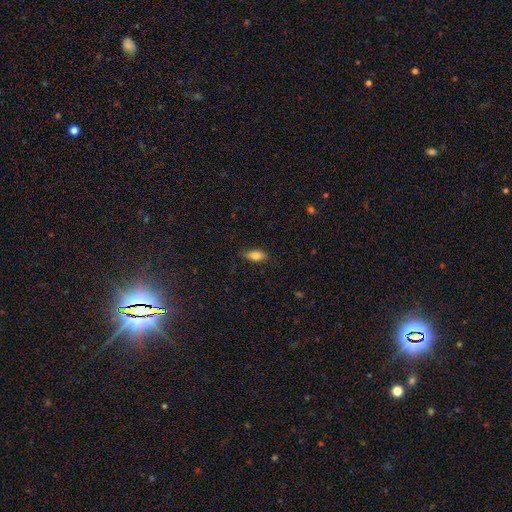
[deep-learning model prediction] smooth-or-featured: smooth: 81% | featured or disk: 11% | star or artifact: 8%
  how-rounded: in between: 83% | cigar-shaped: 13% | round: 4%
  merging: none: 80% | minor disturbance: 15% | major disturbance: 3% | merger: 1%